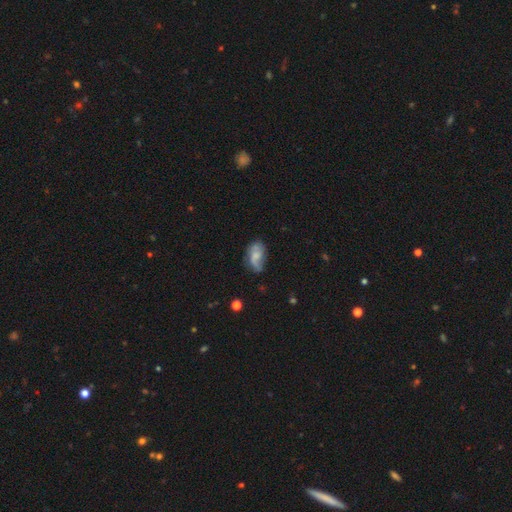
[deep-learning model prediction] Smooth or featured: smooth — 50% (featured or disk — 41%)
Merging: none — 44% (minor disturbance — 32%)